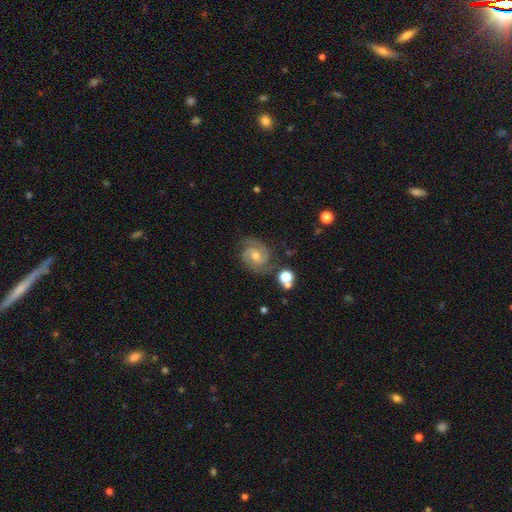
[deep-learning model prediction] The model was most divided on "bar": no: 50%, weak: 40%, strong: 10%. More confident: edge-on disk — no (98%); spiral arms — yes (97%); smooth or featured — featured or disk (85%); merging — none (81%); spiral arm count — 2 (79%); bulge size — moderate (58%); spiral winding — tight (52%).